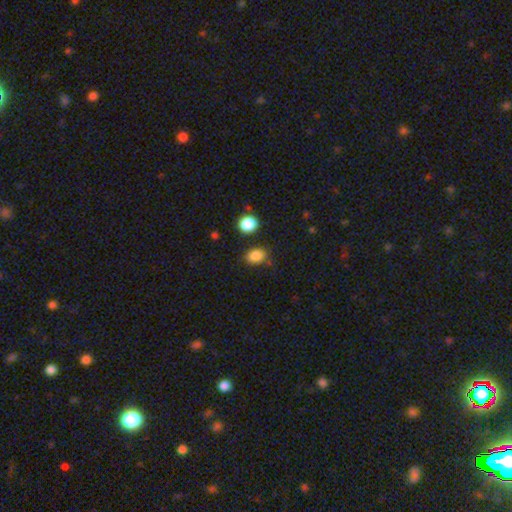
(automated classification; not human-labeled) A smooth galaxy with no disk features (85%) that is in between round and cigar-shaped (63%). Merging: none (75%).